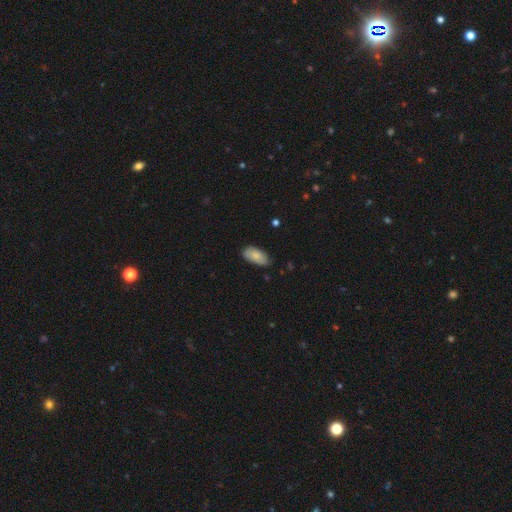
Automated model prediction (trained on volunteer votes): Smooth or featured?
  - smooth: 82% *
  - featured or disk: 11%
  - star or artifact: 6%
How rounded?
  - in between: 93% *
  - cigar-shaped: 4%
  - round: 3%
Merging?
  - none: 73% *
  - minor disturbance: 23%
  - major disturbance: 3%
  - merger: 1%